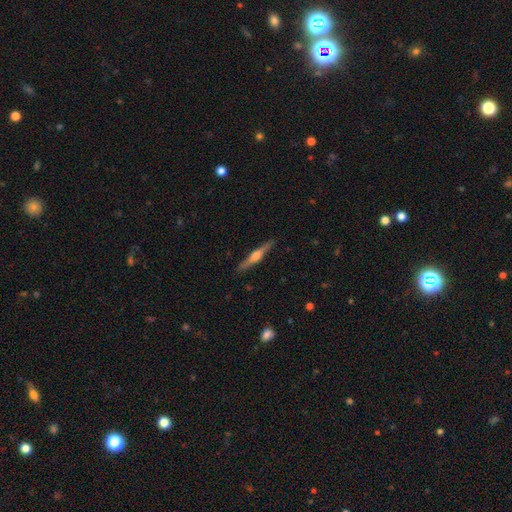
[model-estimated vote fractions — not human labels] This is likely a featured or disk galaxy (73%). It is clearly viewed edge-on (98%). Edge-on bulge: clearly rounded (86%). Merging: clearly none (89%).